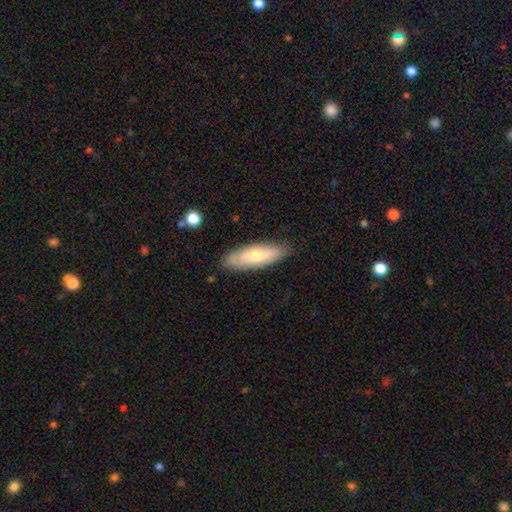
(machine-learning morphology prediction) Smooth or featured? Predicted: smooth (p=0.66). How rounded? Predicted: in between (p=0.52). Merging? Predicted: none (p=0.85).